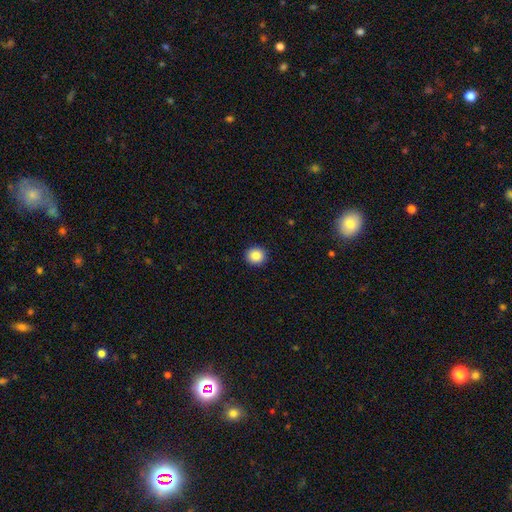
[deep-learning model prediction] Smooth or featured? smooth (88%)
How rounded? round (90%)
Merging? none (92%)